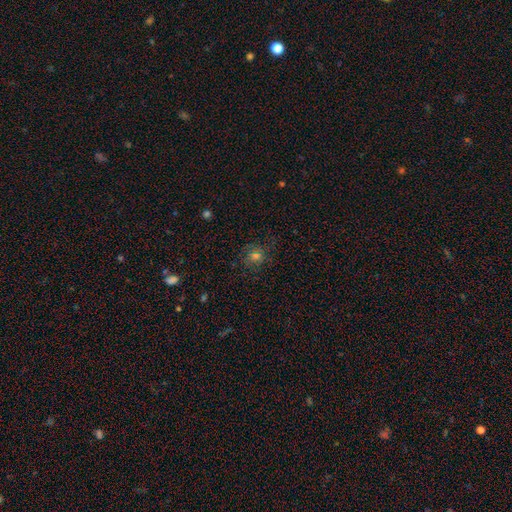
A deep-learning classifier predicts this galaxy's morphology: The model was most divided on "smooth or featured": smooth: 54%, star or artifact: 30%, featured or disk: 16%. More confident: how rounded — round (82%); merging — none (77%).